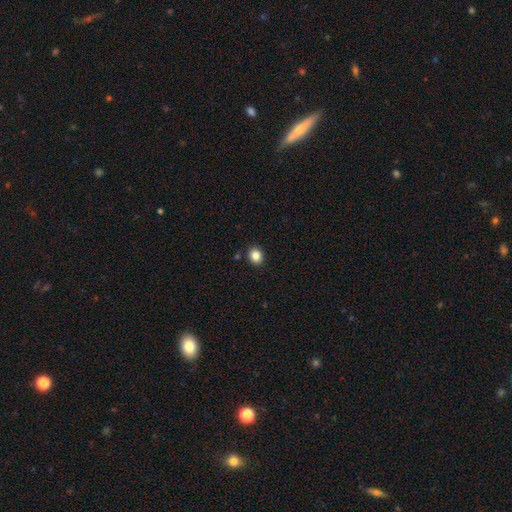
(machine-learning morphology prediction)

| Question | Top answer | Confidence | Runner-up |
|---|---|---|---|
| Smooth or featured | smooth | 85% | star or artifact (10%) |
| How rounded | round | 67% | in between (33%) |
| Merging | none | 90% | minor disturbance (7%) |